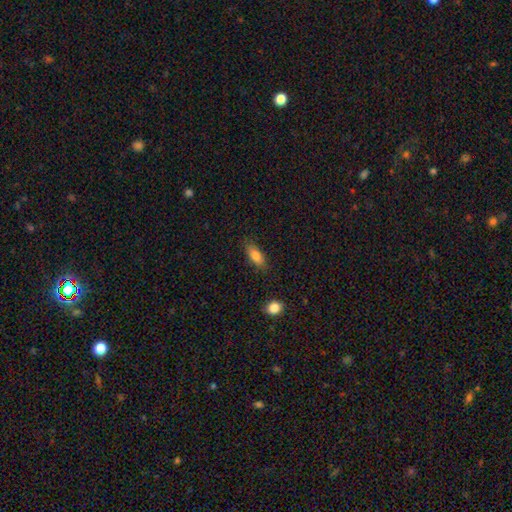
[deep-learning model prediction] Q: Smooth or featured?
A: smooth (82%); runner-up: featured or disk (10%)
Q: How rounded?
A: in between (72%); runner-up: cigar-shaped (25%)
Q: Merging?
A: none (82%); runner-up: minor disturbance (13%)